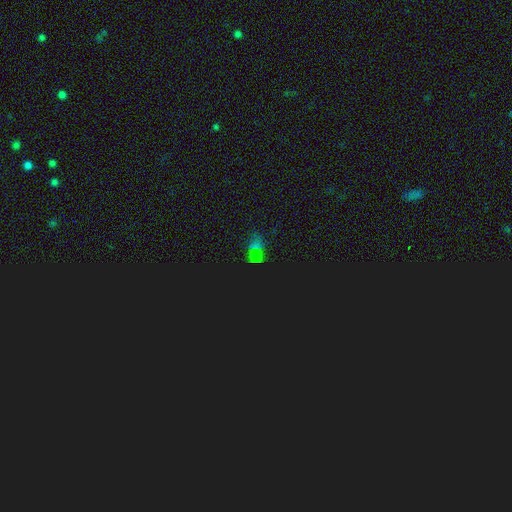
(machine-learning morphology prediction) This is likely a star or artifact rather than a galaxy (64%).